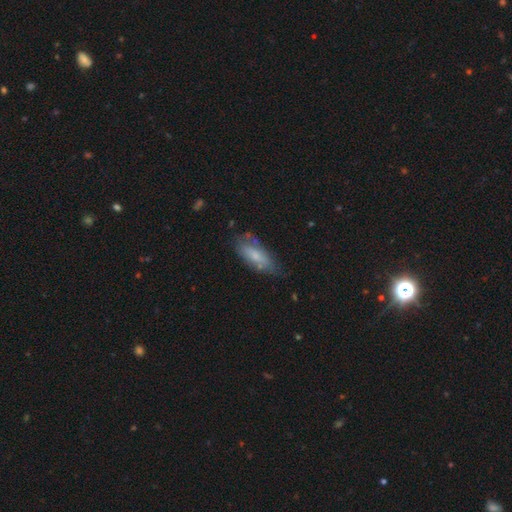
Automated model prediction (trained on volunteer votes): This is likely a smooth galaxy (62%). How rounded: likely in between (69%). Merging: likely none (63%).